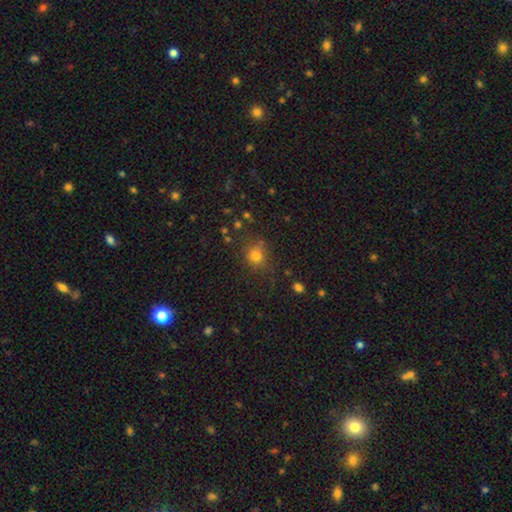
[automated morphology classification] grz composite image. It shows a smooth galaxy with no disk features (74%) that is round (82%). Merging: none (73%).